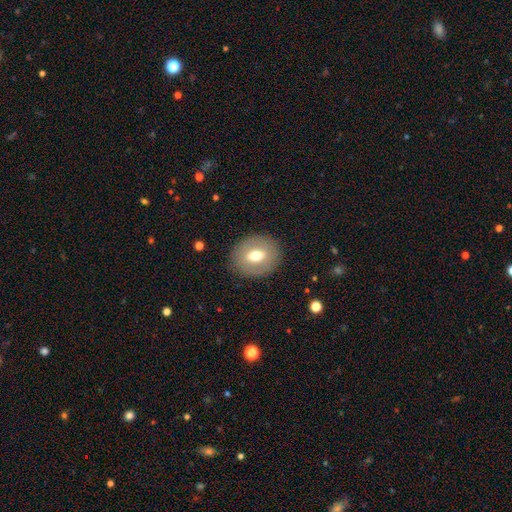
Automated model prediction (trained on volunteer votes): Smooth or featured?
  - smooth: 59% *
  - featured or disk: 33%
  - star or artifact: 8%
How rounded?
  - round: 57% *
  - in between: 42%
  - cigar-shaped: 1%
Merging?
  - none: 86% *
  - minor disturbance: 9%
  - major disturbance: 4%
  - merger: 1%